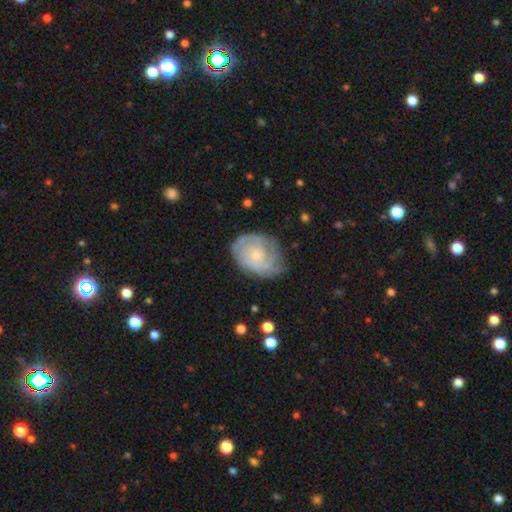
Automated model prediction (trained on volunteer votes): Morphology: type=featured or disk (72%); edge-on=no (97%); bar=no (78%); spiral arms=yes (89%); winding=tight (62%); arm count=can't tell (44%); bulge=small (73%); merging=none (64%).